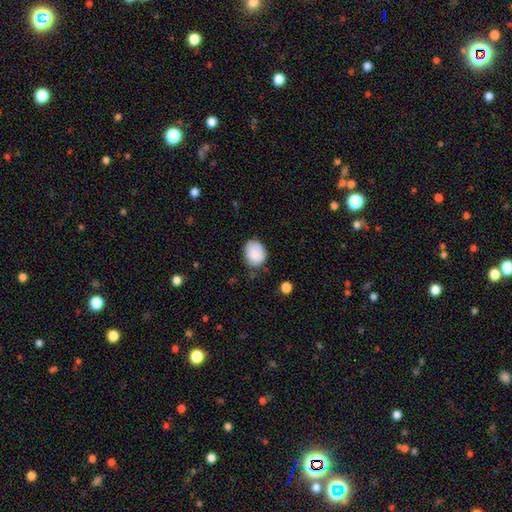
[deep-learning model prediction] smooth-or-featured: smooth: 85% | star or artifact: 8% | featured or disk: 7%
  how-rounded: round: 53% | in between: 47% | cigar-shaped: 1%
  merging: none: 67% | minor disturbance: 25% | major disturbance: 5% | merger: 3%